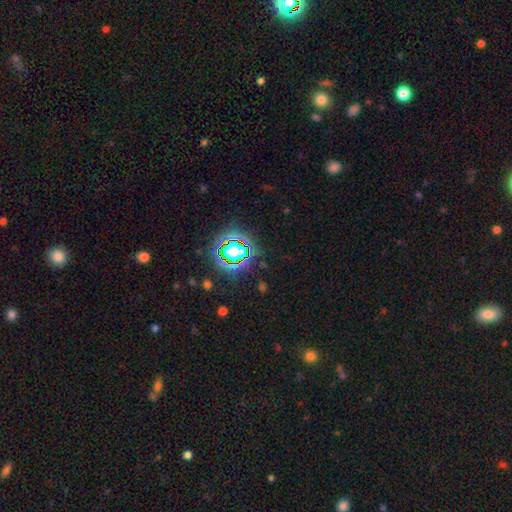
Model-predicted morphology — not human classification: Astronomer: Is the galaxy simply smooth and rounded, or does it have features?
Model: star or artifact — 77%.